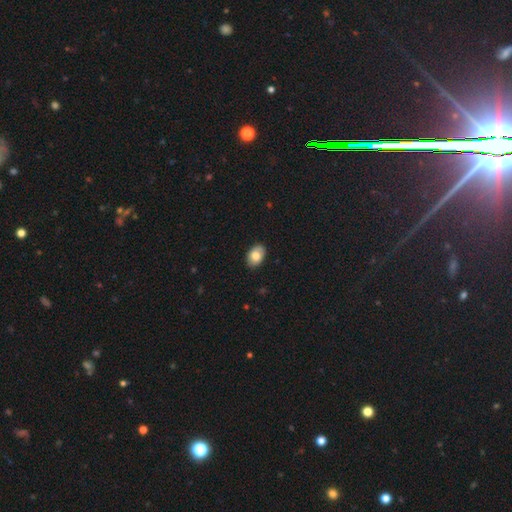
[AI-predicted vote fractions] Smooth or featured: smooth — 78% (featured or disk — 16%)
How rounded: in between — 88% (round — 11%)
Merging: none — 87% (minor disturbance — 10%)